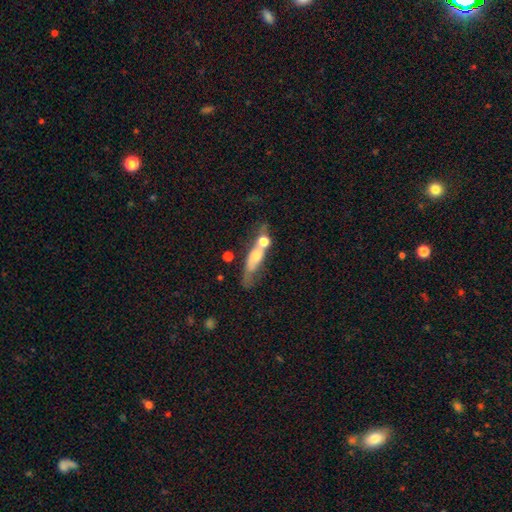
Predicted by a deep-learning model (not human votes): Smooth or featured? smooth (51%)
How rounded? cigar-shaped (52%)
Merging? merger (43%)